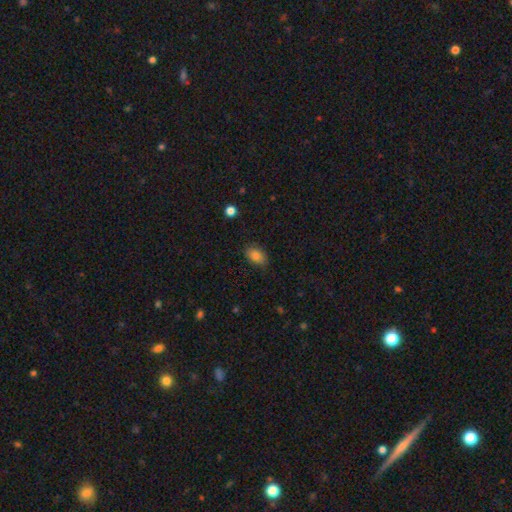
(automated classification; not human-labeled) A smooth galaxy with no disk features (83%) that is in between round and cigar-shaped (84%). Merging: none (81%).